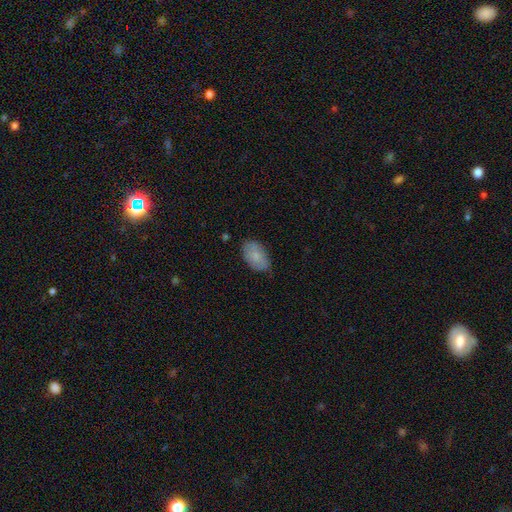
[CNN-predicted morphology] Q: Smooth or featured?
A: smooth (82%); runner-up: featured or disk (11%)
Q: How rounded?
A: in between (93%); runner-up: round (6%)
Q: Merging?
A: none (75%); runner-up: minor disturbance (19%)